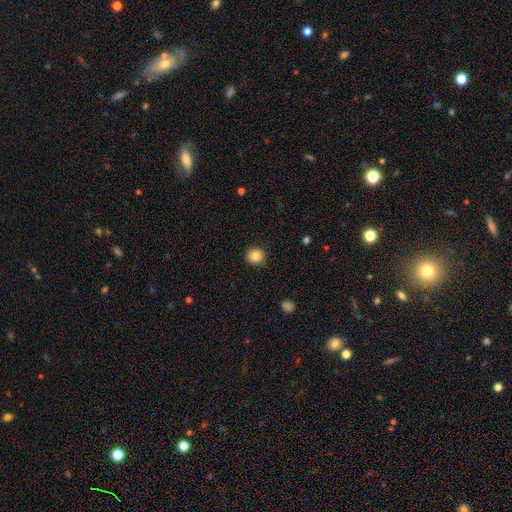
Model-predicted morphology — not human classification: Smooth or featured? smooth (83%)
How rounded? round (91%)
Merging? none (91%)